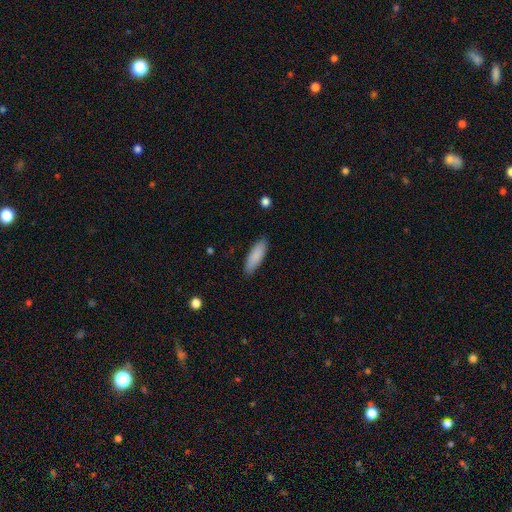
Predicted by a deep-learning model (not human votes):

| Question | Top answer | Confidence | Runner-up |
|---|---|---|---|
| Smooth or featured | smooth | 88% | featured or disk (7%) |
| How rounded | in between | 55% | cigar-shaped (44%) |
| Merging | none | 88% | minor disturbance (9%) |